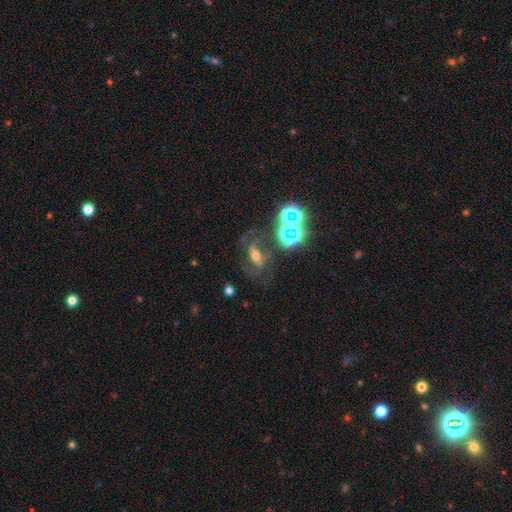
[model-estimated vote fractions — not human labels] smooth-or-featured: featured or disk: 52% | star or artifact: 25% | smooth: 23%
  disk-edge-on: no: 84% | yes: 16%
  merging: none: 58% | major disturbance: 19% | minor disturbance: 18% | merger: 5%